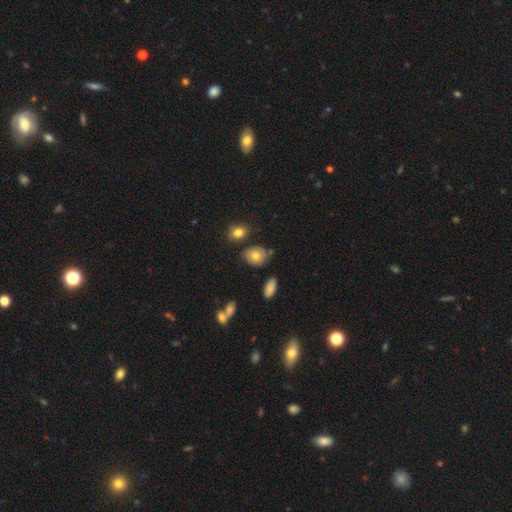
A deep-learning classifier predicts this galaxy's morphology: smooth_or_featured: smooth (p=0.68) [alt: featured or disk p=0.22]
how_rounded: in between (p=0.59) [alt: round p=0.39]
merging: none (p=0.66) [alt: minor disturbance p=0.22]